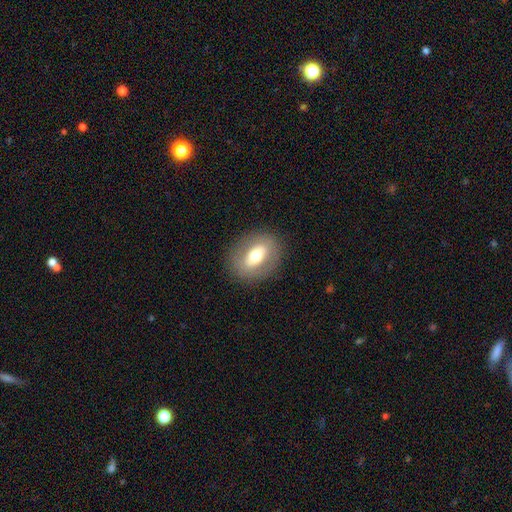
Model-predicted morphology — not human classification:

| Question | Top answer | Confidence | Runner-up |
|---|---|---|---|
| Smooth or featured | smooth | 56% | featured or disk (36%) |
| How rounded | in between | 70% | round (28%) |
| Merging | none | 85% | minor disturbance (10%) |